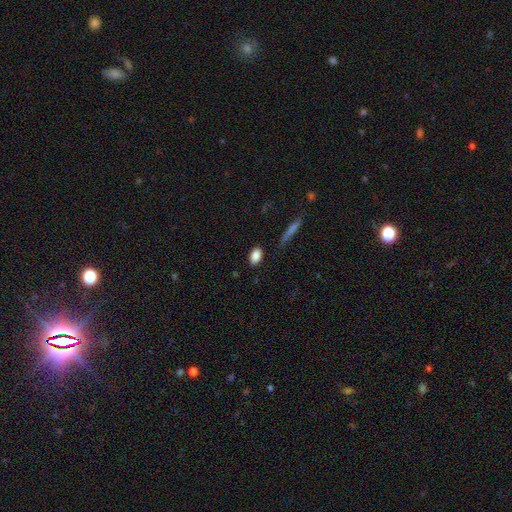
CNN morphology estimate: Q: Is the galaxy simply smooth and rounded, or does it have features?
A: smooth — 86%.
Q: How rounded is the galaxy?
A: in between — 89%.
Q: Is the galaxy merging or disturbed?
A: none — 85%.